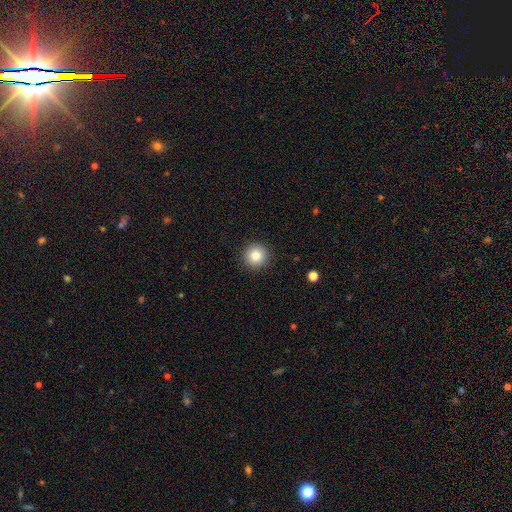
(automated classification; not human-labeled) Smooth or featured?
  - smooth: 83% *
  - star or artifact: 10%
  - featured or disk: 7%
How rounded?
  - round: 96% *
  - in between: 4%
  - cigar-shaped: 1%
Merging?
  - none: 92% *
  - minor disturbance: 5%
  - major disturbance: 2%
  - merger: 1%